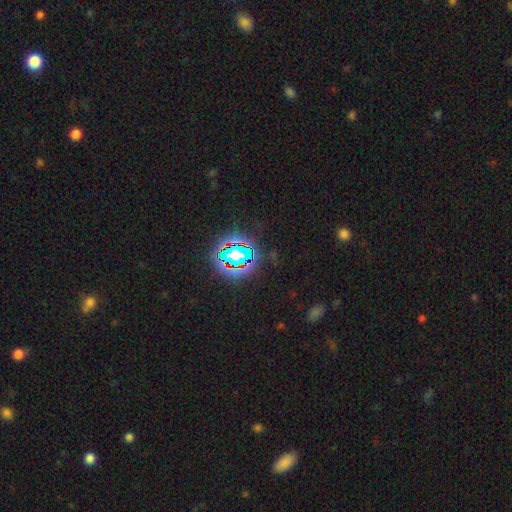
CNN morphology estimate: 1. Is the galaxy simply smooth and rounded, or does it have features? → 78% star or artifact, 14% smooth, 8% featured or disk.